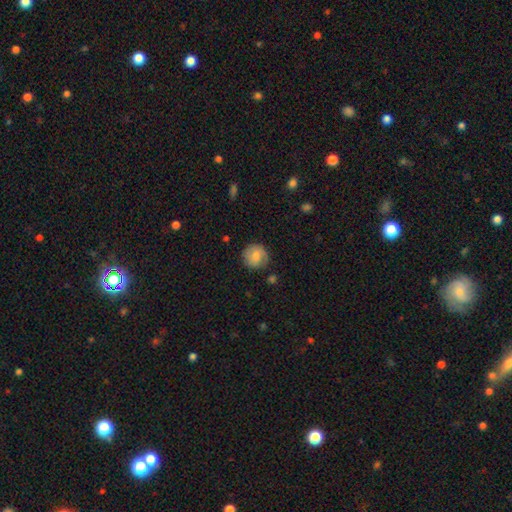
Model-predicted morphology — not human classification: Overall: smooth (72%). How rounded: round (92%). Merging: none (82%).